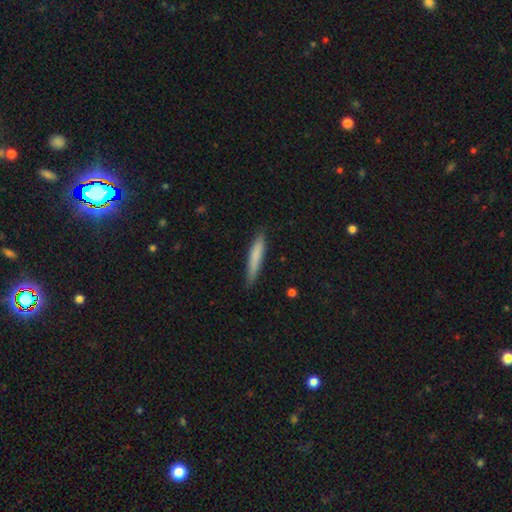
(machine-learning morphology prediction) A smooth galaxy with no disk features (77%) that is cigar-shaped (93%). Merging: none (84%).